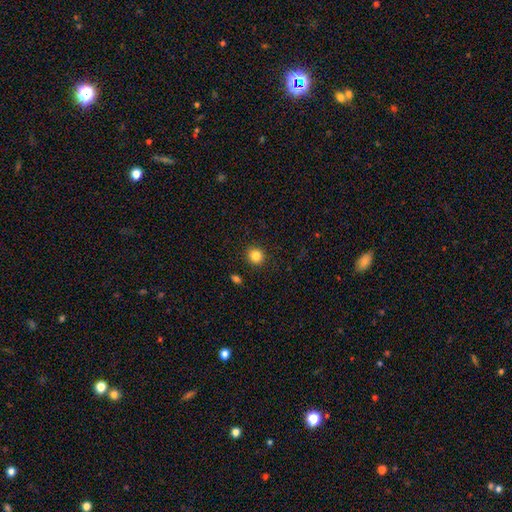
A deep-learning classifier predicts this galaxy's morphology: Q: Smooth or featured?
A: smooth (84%); runner-up: star or artifact (11%)
Q: How rounded?
A: round (86%); runner-up: in between (13%)
Q: Merging?
A: none (91%); runner-up: minor disturbance (6%)